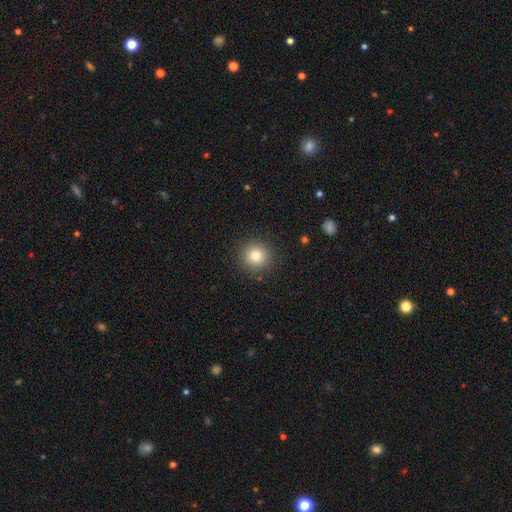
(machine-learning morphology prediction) Smooth or featured?
  - smooth: 80% *
  - star or artifact: 12%
  - featured or disk: 8%
How rounded?
  - round: 94% *
  - in between: 5%
  - cigar-shaped: 1%
Merging?
  - none: 90% *
  - minor disturbance: 6%
  - major disturbance: 2%
  - merger: 1%